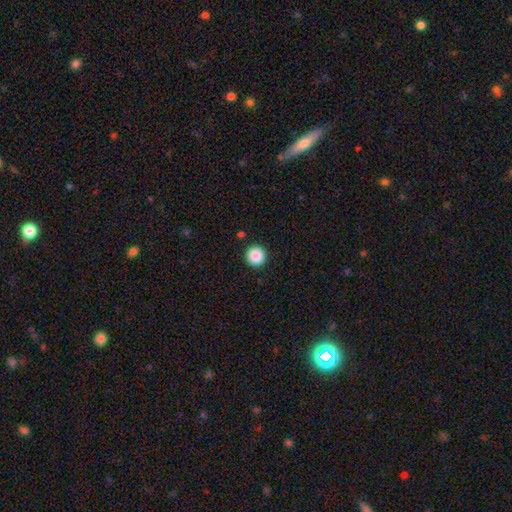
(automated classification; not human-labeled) Smooth or featured: smooth — 88% (star or artifact — 9%)
How rounded: round — 96% (in between — 3%)
Merging: none — 93% (minor disturbance — 5%)